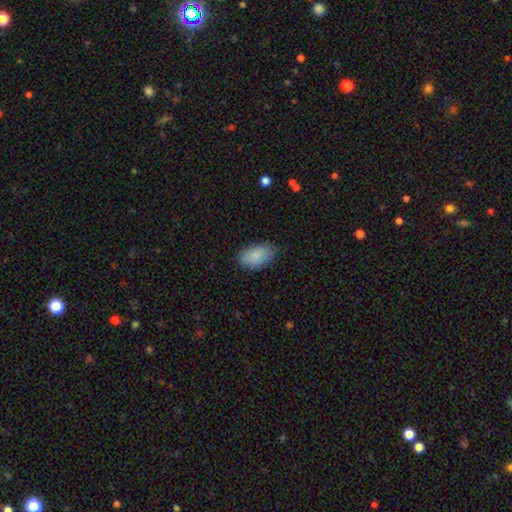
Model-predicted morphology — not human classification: Smooth or featured?
  - smooth: 89% *
  - star or artifact: 7%
  - featured or disk: 5%
How rounded?
  - in between: 93% *
  - round: 5%
  - cigar-shaped: 2%
Merging?
  - none: 76% *
  - minor disturbance: 19%
  - major disturbance: 4%
  - merger: 1%